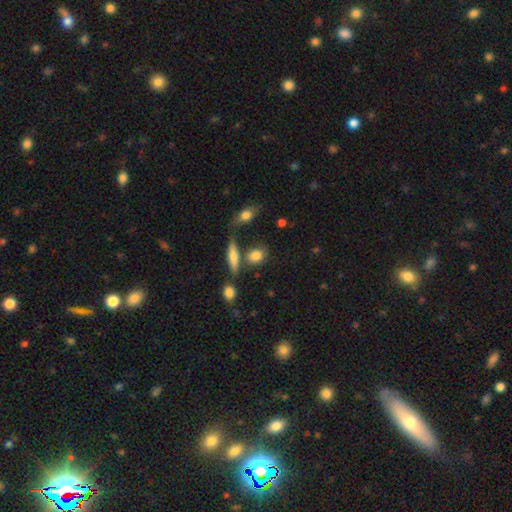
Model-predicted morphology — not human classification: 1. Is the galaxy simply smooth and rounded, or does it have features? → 81% smooth, 10% featured or disk, 9% star or artifact.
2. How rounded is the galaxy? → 58% in between, 34% round, 8% cigar-shaped.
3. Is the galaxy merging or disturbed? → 64% none, 17% merger, 15% minor disturbance, 5% major disturbance.